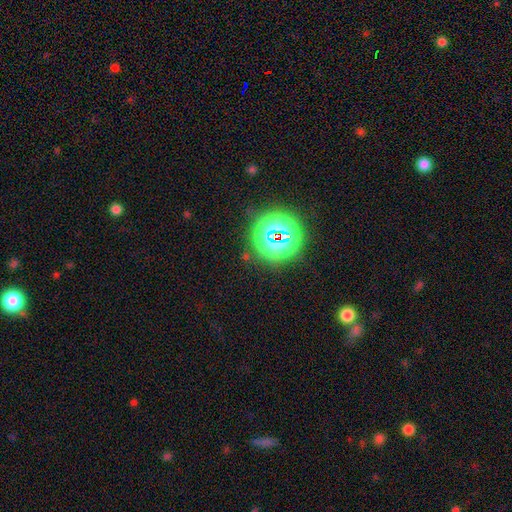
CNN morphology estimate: The model was most divided on "smooth or featured": star or artifact: 71%, smooth: 20%, featured or disk: 9%.